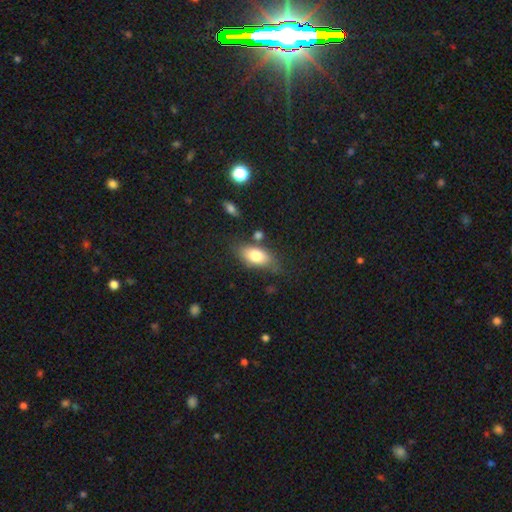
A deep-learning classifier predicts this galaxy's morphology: Overall: smooth (78%). How rounded: in between (88%). Merging: none (70%).